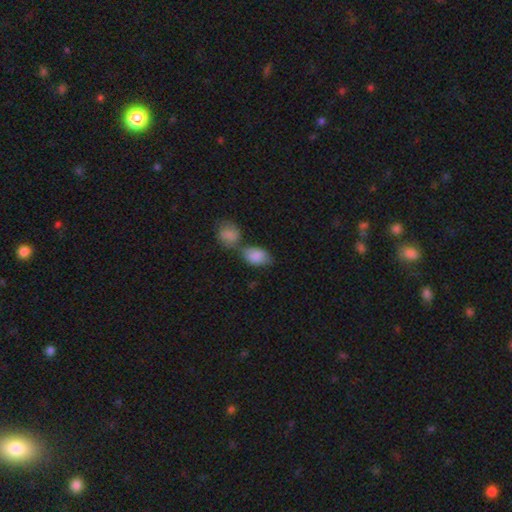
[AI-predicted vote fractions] smooth_or_featured: smooth (p=0.86) [alt: featured or disk p=0.08]
how_rounded: in between (p=0.88) [alt: round p=0.11]
merging: merger (p=0.49) [alt: none p=0.32]